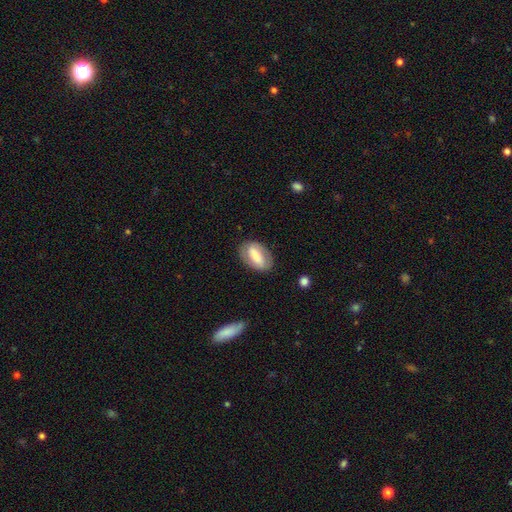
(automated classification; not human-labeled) smooth 53%, featured or disk 41%, star or artifact 7%. Down the decision tree: how rounded — in between (90%); merging — none (80%).